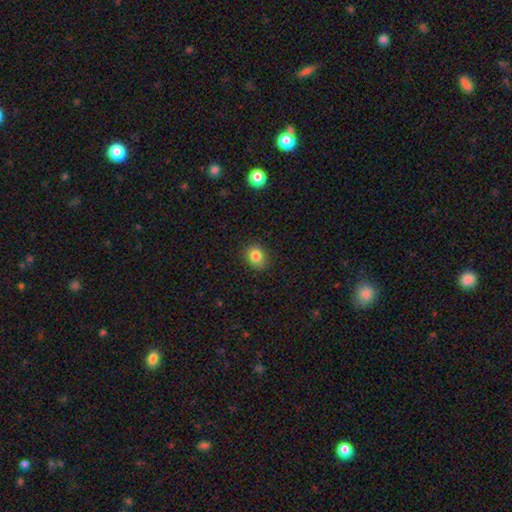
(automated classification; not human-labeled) Smooth or featured? smooth (83%)
How rounded? round (59%)
Merging? none (85%)